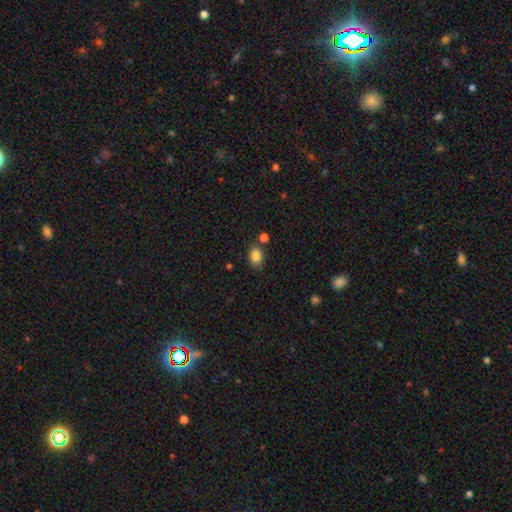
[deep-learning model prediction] Morphology: type=smooth (84%); roundness=in between (75%); merging=none (71%).